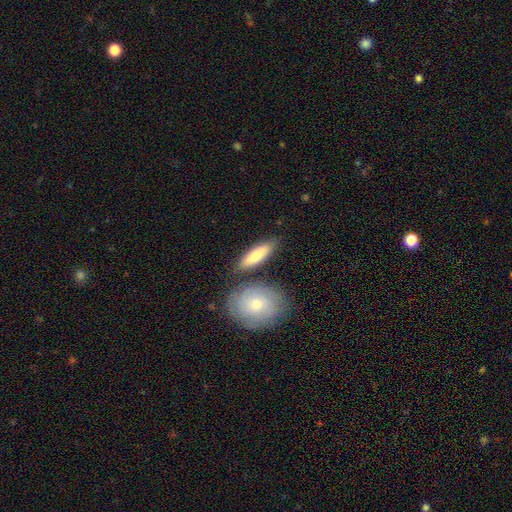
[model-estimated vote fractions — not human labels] A smooth galaxy with no disk features (69%) that is in between round and cigar-shaped (55%). Merging: none (73%).